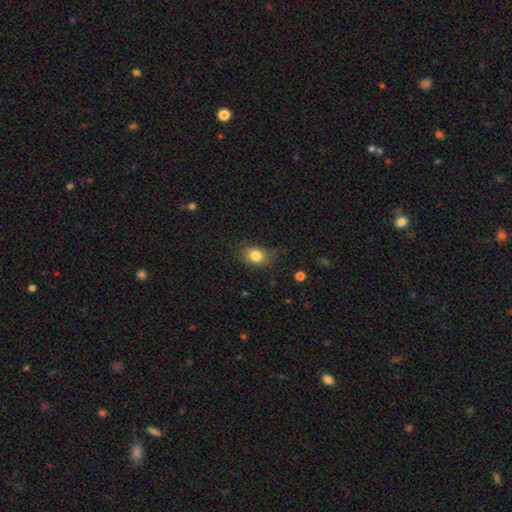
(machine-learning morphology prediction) Smooth or featured? smooth (83%)
How rounded? in between (52%)
Merging? none (77%)